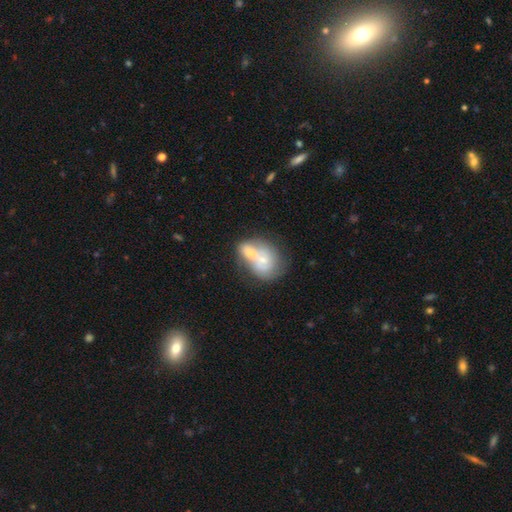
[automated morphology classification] smooth_or_featured: smooth (p=0.54) [alt: featured or disk p=0.38]
how_rounded: in between (p=0.57) [alt: round p=0.41]
merging: merger (p=0.72) [alt: none p=0.16]